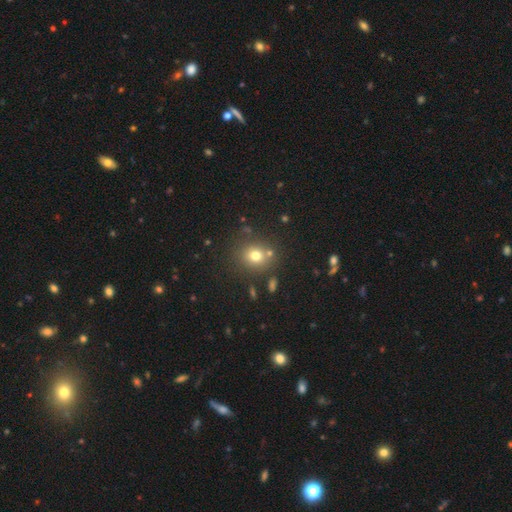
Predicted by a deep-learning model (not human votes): This is likely a smooth galaxy (73%). How rounded: clearly round (81%). Merging: likely none (79%).